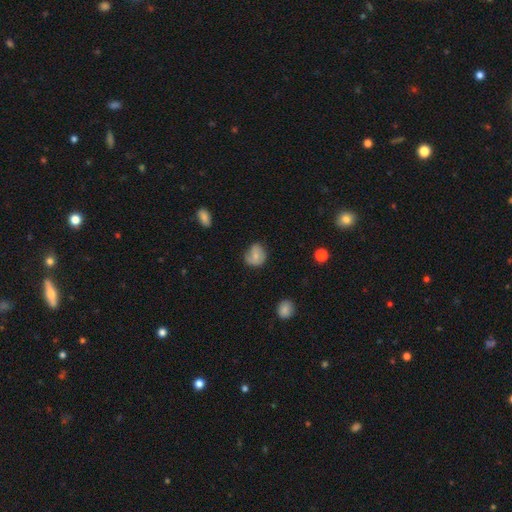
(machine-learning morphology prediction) A smooth galaxy with no disk features (62%) that is round (70%). Merging: none (57%).